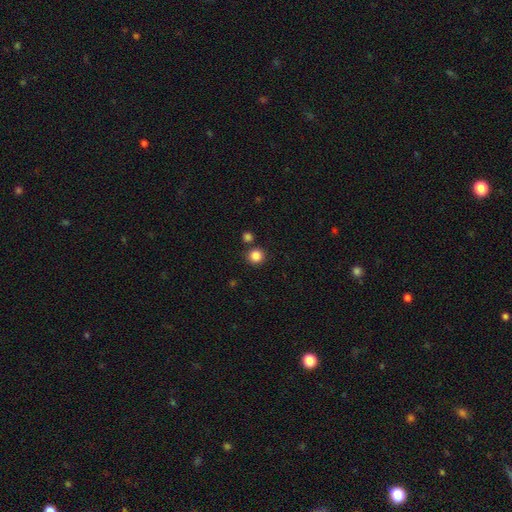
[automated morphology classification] This appears to be a smooth galaxy with no disk features (85%) that is round (93%). Merging: none (82%).